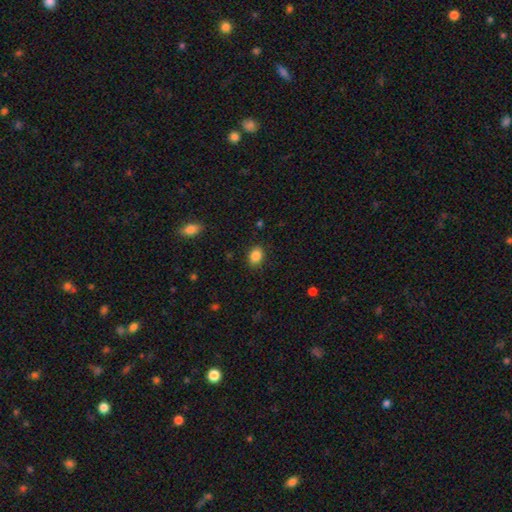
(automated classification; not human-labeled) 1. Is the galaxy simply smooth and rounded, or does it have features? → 86% smooth, 9% star or artifact, 4% featured or disk.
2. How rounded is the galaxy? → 68% in between, 31% round, 1% cigar-shaped.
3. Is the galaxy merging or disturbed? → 87% none, 9% minor disturbance, 3% major disturbance, 1% merger.